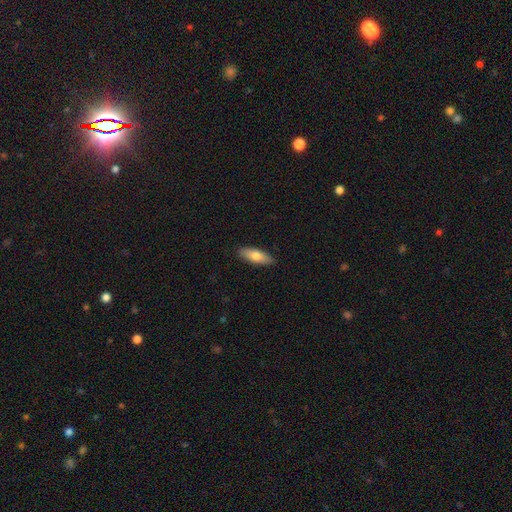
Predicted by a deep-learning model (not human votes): Morphology: type=smooth (74%); roundness=in between (59%); merging=none (89%).